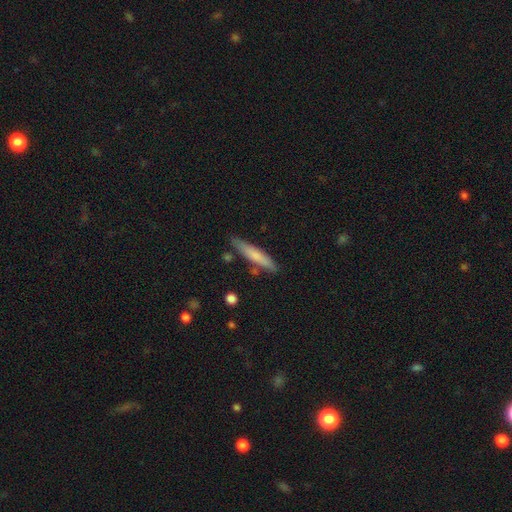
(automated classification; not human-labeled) A smooth galaxy with no disk features (68%) that is cigar-shaped (91%).

Vote fractions:
- Smooth or featured? smooth: 68% / featured or disk: 26% / star or artifact: 6%
- How rounded? cigar-shaped: 91% / in between: 8% / round: 1%
- Merging? none: 81% / minor disturbance: 13% / merger: 4% / major disturbance: 2%